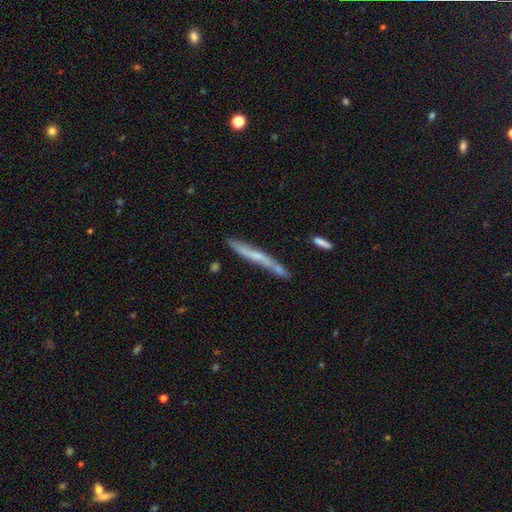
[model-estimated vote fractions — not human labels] smooth-or-featured: featured or disk: 52% | smooth: 41% | star or artifact: 7%
  disk-edge-on: yes: 81% | no: 19%
  merging: none: 60% | minor disturbance: 21% | merger: 14% | major disturbance: 6%